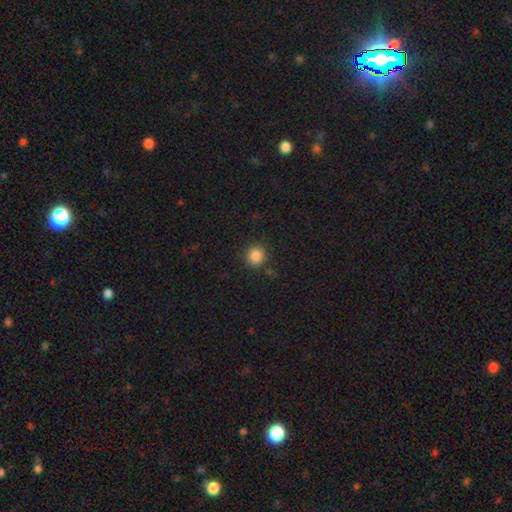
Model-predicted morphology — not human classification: Smooth or featured? smooth (85%)
How rounded? round (92%)
Merging? none (88%)